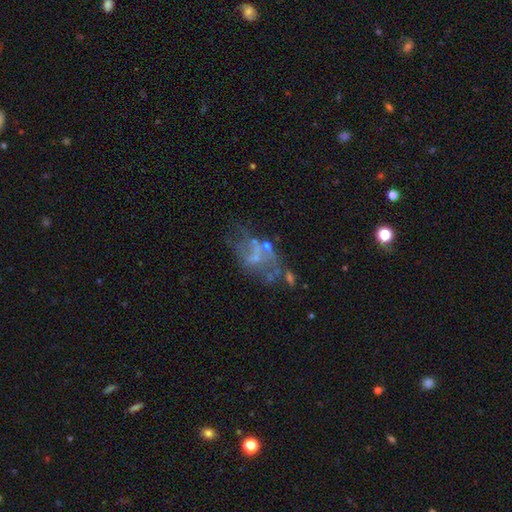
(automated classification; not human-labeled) A featured or disk galaxy (60%) with no bar (73%), no spiral arms (75%) and no central bulge (48%). Merging: major disturbance (33%).